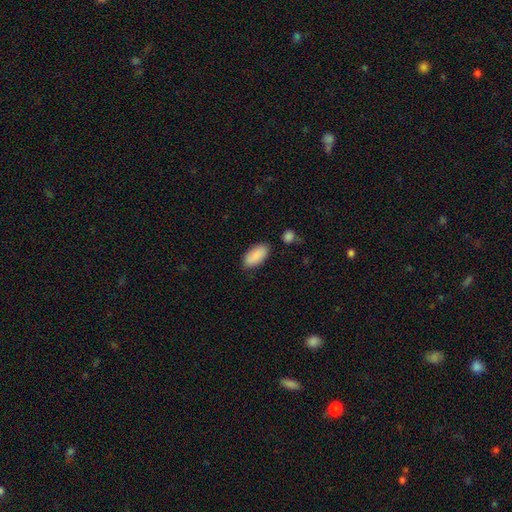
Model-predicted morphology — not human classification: smooth-or-featured: smooth: 89% | star or artifact: 6% | featured or disk: 4%
  how-rounded: in between: 92% | cigar-shaped: 6% | round: 2%
  merging: none: 81% | minor disturbance: 13% | merger: 3% | major disturbance: 3%